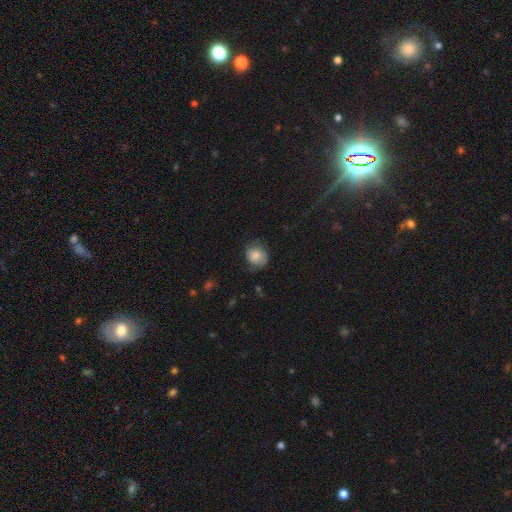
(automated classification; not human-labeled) Morphology: type=smooth (72%); roundness=round (70%); merging=none (61%).